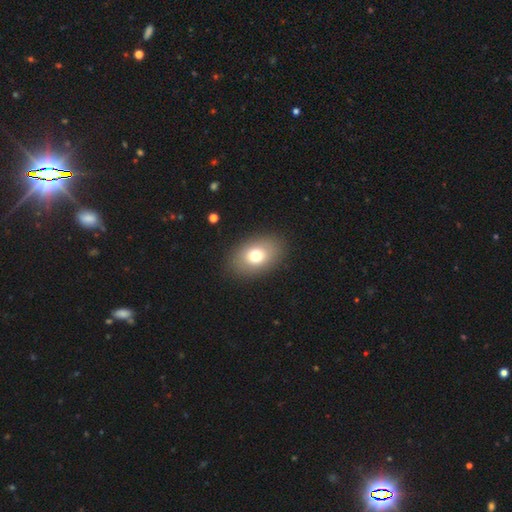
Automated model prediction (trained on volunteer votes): Smooth or featured: smooth — 74% (featured or disk — 16%)
How rounded: in between — 82% (round — 17%)
Merging: none — 87% (minor disturbance — 9%)